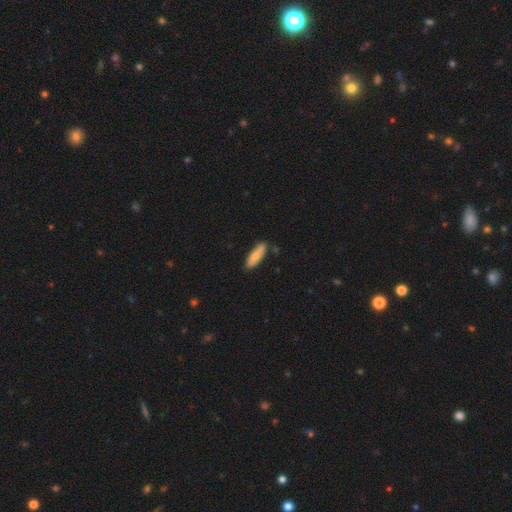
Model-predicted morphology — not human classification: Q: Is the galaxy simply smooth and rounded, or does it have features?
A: smooth — 77%.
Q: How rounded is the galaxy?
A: cigar-shaped — 52%.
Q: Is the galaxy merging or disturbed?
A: none — 82%.